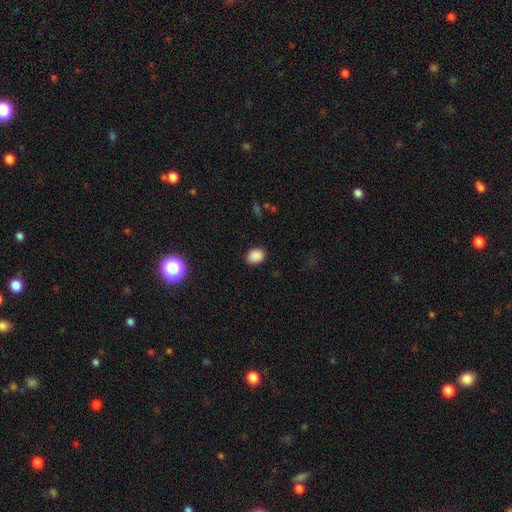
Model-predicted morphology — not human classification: Smooth or featured: smooth — 88% (star or artifact — 9%)
How rounded: in between — 63% (round — 36%)
Merging: none — 86% (minor disturbance — 10%)